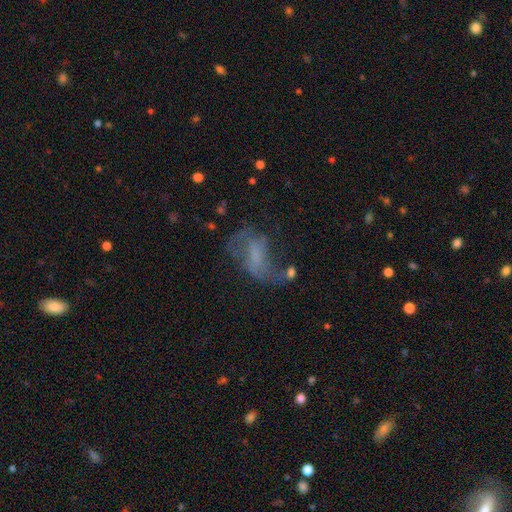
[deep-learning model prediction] Overall: featured or disk (61%; smooth 25%). Edge-on disk: no (96%). Bar: weak (40%, tied with no). Spiral arms: yes (74%). Bulge size: none (54%; small 20%). Merging: none (40%; major disturbance 34%).